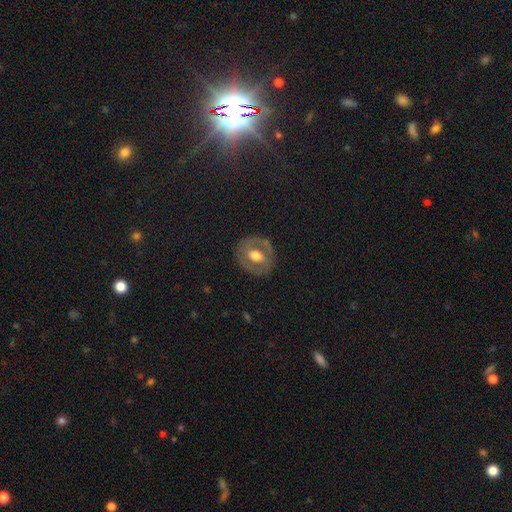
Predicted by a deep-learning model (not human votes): featured or disk 55%, smooth 39%, star or artifact 6%. Down the decision tree: edge-on disk — no (94%); bar — no (53%); spiral arms — no (74%); bulge size — moderate (62%); merging — none (80%).